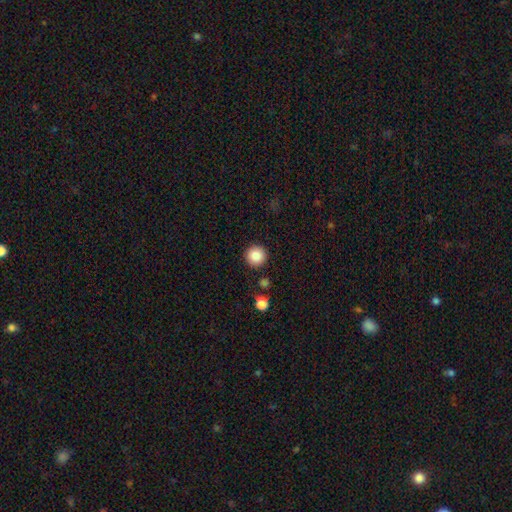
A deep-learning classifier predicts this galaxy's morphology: smooth-or-featured: smooth: 87% | star or artifact: 9% | featured or disk: 4%
  how-rounded: round: 96% | in between: 4% | cigar-shaped: 1%
  merging: none: 91% | minor disturbance: 5% | major disturbance: 2% | merger: 2%